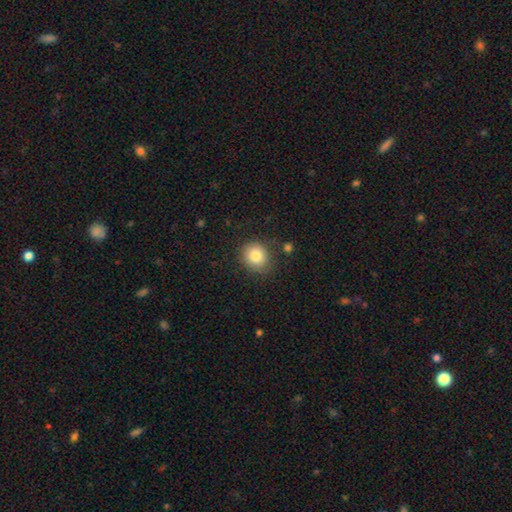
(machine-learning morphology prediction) A smooth galaxy with no disk features (83%) that is round (83%).

Vote fractions:
- Smooth or featured? smooth: 83% / star or artifact: 9% / featured or disk: 7%
- How rounded? round: 83% / in between: 16% / cigar-shaped: 1%
- Merging? none: 83% / minor disturbance: 11% / major disturbance: 3% / merger: 2%